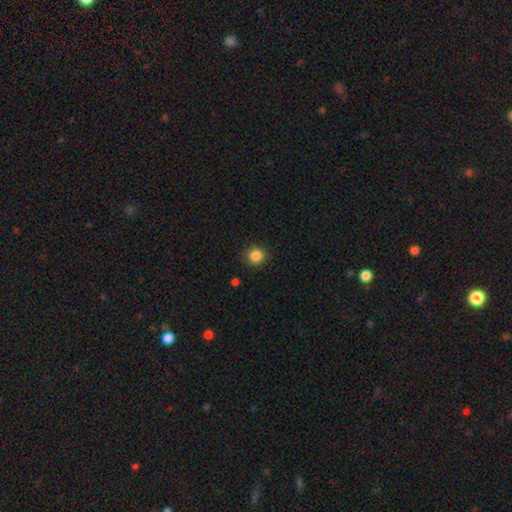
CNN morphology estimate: This appears to be a smooth galaxy with no disk features (85%) that is round (93%). Merging: none (88%).